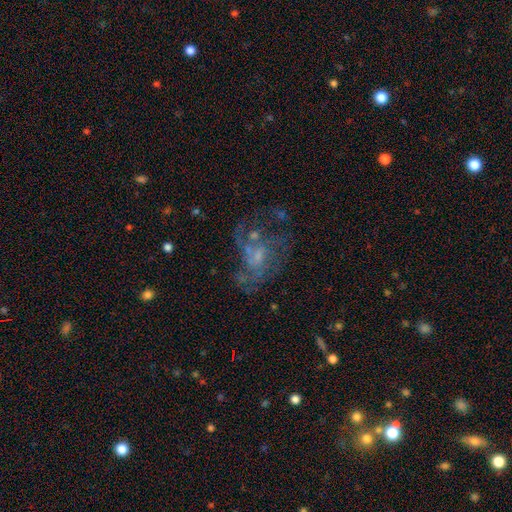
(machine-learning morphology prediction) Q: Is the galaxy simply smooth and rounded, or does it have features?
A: featured or disk — 68%.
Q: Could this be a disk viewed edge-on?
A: no — 97%.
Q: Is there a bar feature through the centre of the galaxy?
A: no — 66%.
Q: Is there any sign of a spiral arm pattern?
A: yes — 64%.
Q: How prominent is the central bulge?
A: small — 47%.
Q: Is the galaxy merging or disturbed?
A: none — 42%.